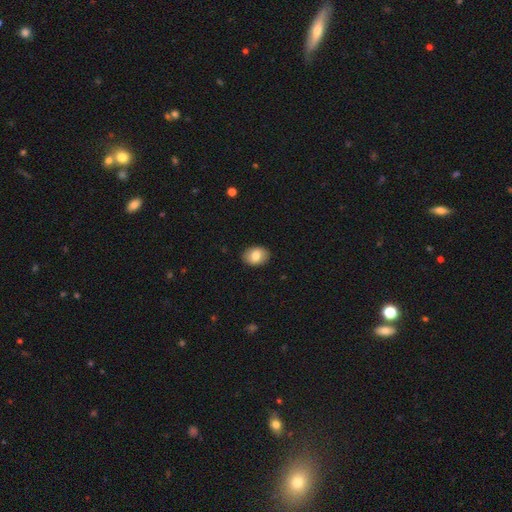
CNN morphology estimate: type=smooth (81%); roundness=in between (73%); merging=none (90%).